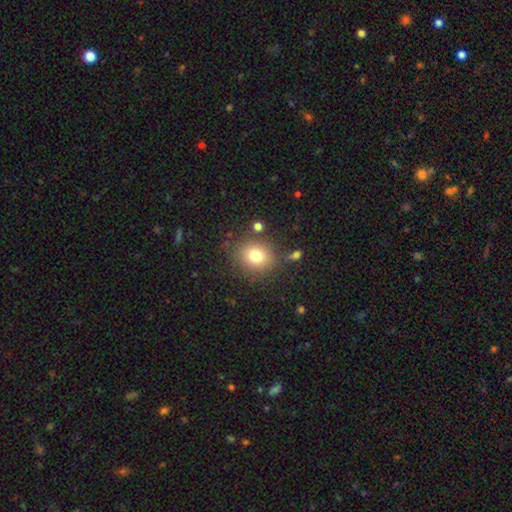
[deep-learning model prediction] Overall: smooth (78%). How rounded: round (75%). Merging: none (81%).